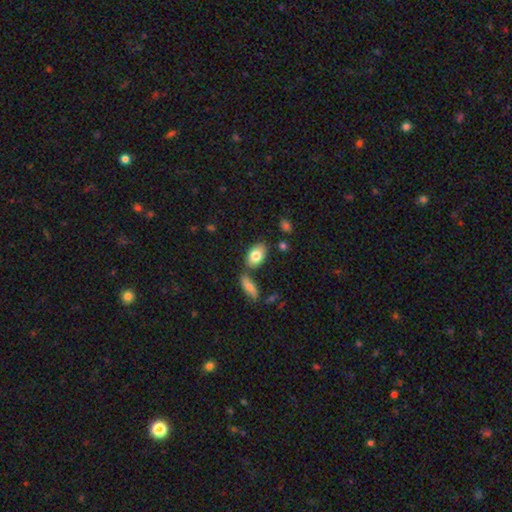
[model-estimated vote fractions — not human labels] Smooth or featured?
  - smooth: 80% *
  - featured or disk: 13%
  - star or artifact: 7%
How rounded?
  - in between: 90% *
  - round: 7%
  - cigar-shaped: 3%
Merging?
  - none: 69% *
  - merger: 15%
  - minor disturbance: 13%
  - major disturbance: 3%